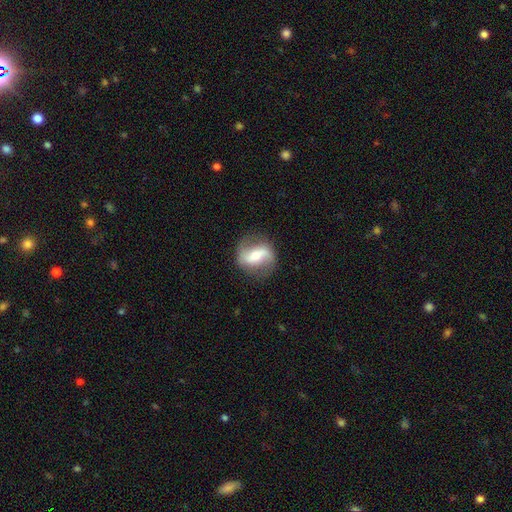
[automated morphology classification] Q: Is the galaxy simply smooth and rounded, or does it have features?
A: featured or disk — 71%.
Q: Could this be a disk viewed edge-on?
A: no — 94%.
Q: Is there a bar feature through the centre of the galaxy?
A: strong — 48%.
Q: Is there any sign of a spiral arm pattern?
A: yes — 84%.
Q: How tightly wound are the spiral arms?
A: loose — 60%.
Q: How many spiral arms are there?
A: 2 — 89%.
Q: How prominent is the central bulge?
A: moderate — 54%.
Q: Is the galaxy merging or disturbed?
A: none — 79%.